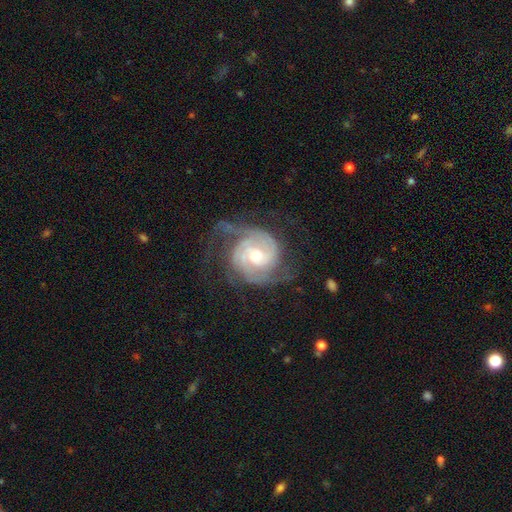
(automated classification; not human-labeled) featured or disk 90%, smooth 6%, star or artifact 5%. Down the decision tree: edge-on disk — no (98%); bar — no (55%); spiral arms — yes (98%); spiral arm count — 2 (49%); spiral winding — tight (55%); bulge size — moderate (51%); merging — none (61%).